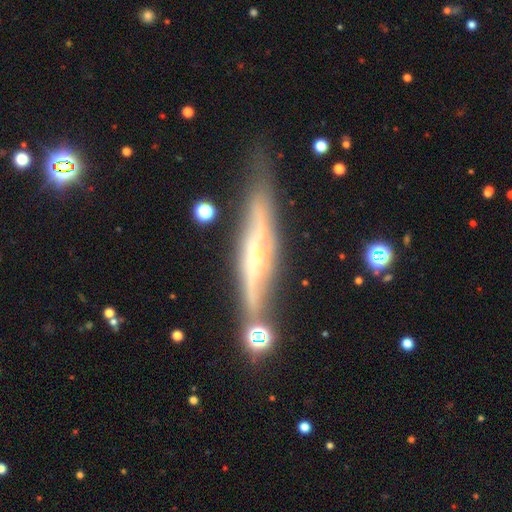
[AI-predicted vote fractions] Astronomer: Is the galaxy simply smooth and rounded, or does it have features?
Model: featured or disk — 76%.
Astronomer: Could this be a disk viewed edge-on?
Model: yes — 84%.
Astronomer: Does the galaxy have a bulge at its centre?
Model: rounded — 59%.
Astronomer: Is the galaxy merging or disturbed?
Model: none — 71%.